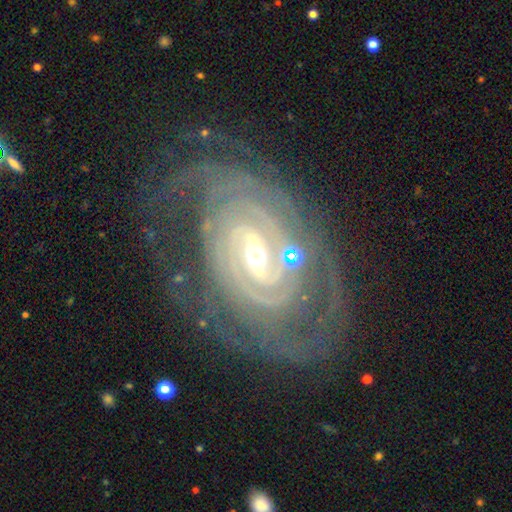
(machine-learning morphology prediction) The model was most divided on "bulge size": small: 48%, moderate: 47%, large: 3%, none: 1%, dominant: 1%. Remaining: spiral arms — yes (98%); edge-on disk — no (96%); smooth or featured — featured or disk (90%); spiral winding — tight (79%); merging — none (67%); bar — weak (43%); spiral arm count — can't tell (25%).